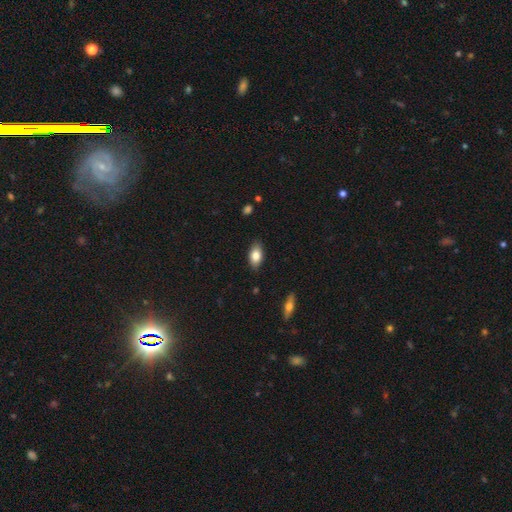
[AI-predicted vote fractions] Smooth or featured? smooth (81%)
How rounded? in between (91%)
Merging? none (85%)